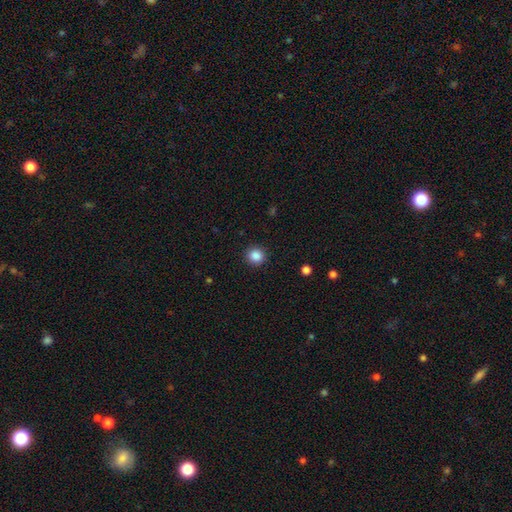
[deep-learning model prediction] Q: Smooth or featured?
A: smooth (86%); runner-up: star or artifact (10%)
Q: How rounded?
A: round (93%); runner-up: in between (6%)
Q: Merging?
A: none (92%); runner-up: minor disturbance (5%)